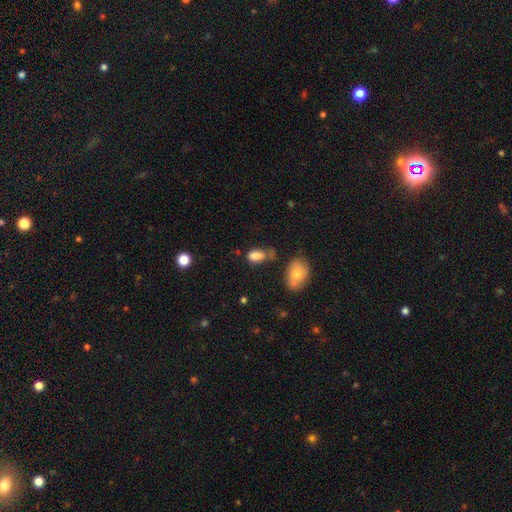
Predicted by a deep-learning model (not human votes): Smooth or featured? Predicted: smooth (p=0.82). How rounded? Predicted: in between (p=0.89). Merging? Predicted: none (p=0.46).